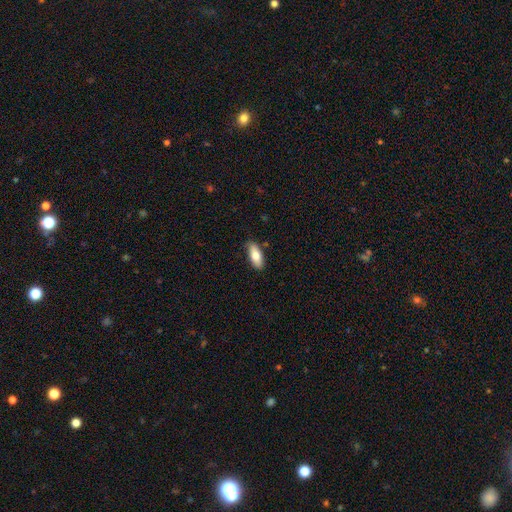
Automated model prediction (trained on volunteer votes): Smooth or featured?
  - smooth: 77% *
  - featured or disk: 16%
  - star or artifact: 6%
How rounded?
  - in between: 80% *
  - cigar-shaped: 17%
  - round: 2%
Merging?
  - none: 82% *
  - minor disturbance: 14%
  - major disturbance: 2%
  - merger: 2%